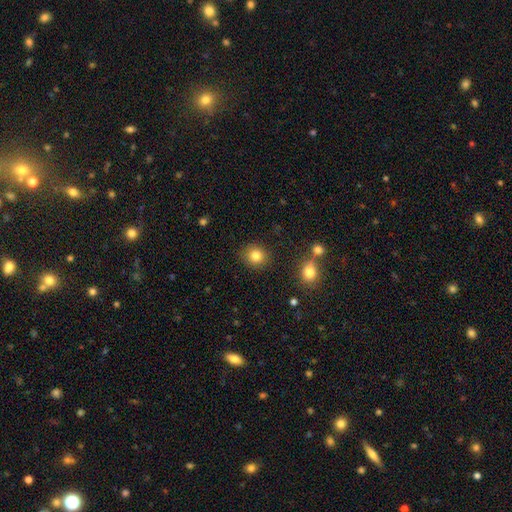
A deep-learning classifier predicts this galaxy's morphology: Smooth or featured? smooth (83%)
How rounded? round (84%)
Merging? none (88%)